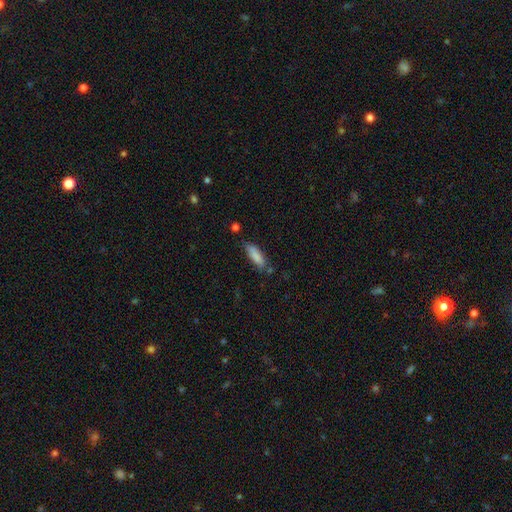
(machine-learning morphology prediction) type=smooth (84%); roundness=in between (54%); merging=none (67%).